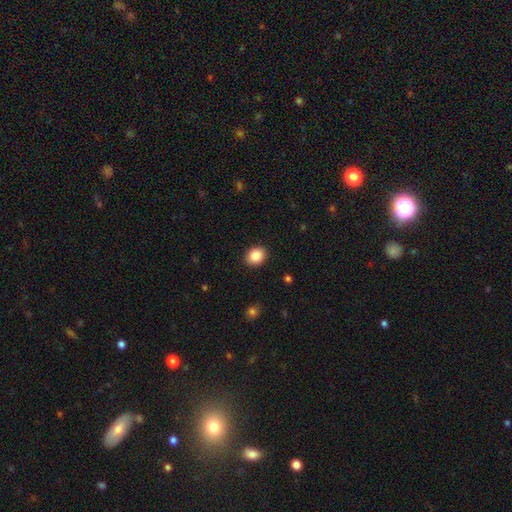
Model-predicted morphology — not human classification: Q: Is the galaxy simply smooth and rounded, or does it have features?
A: smooth — 86%.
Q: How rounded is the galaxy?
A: round — 59%.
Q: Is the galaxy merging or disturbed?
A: none — 91%.